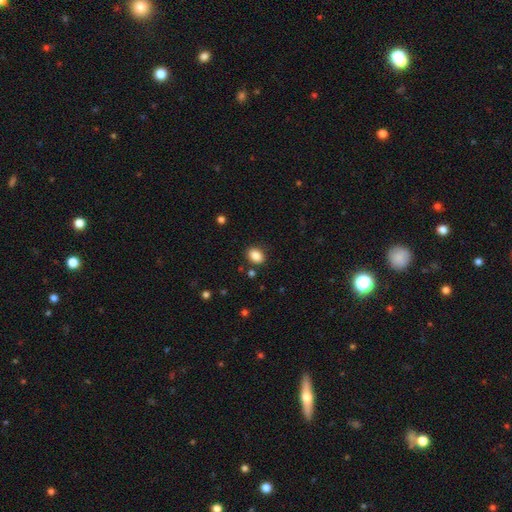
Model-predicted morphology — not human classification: Smooth or featured: smooth — 87% (star or artifact — 9%)
How rounded: in between — 70% (round — 29%)
Merging: none — 85% (minor disturbance — 10%)